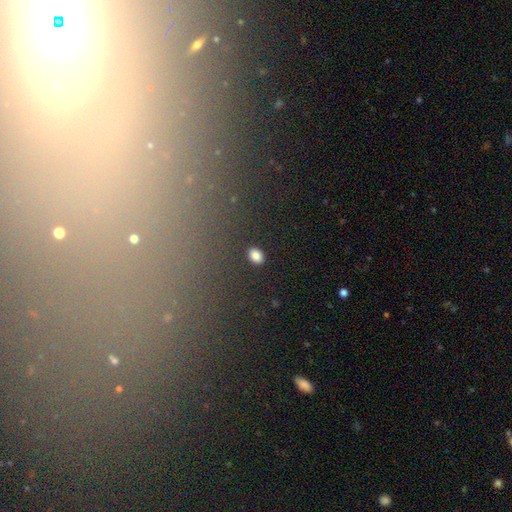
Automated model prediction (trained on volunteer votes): Smooth or featured?
  - smooth: 84% *
  - star or artifact: 11%
  - featured or disk: 5%
How rounded?
  - in between: 73% *
  - round: 26%
  - cigar-shaped: 1%
Merging?
  - none: 89% *
  - minor disturbance: 7%
  - major disturbance: 3%
  - merger: 1%